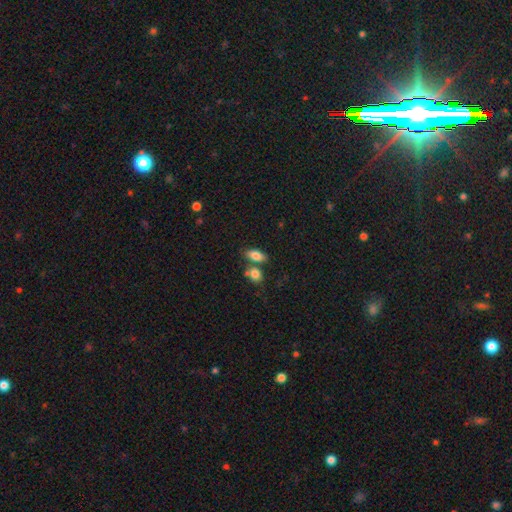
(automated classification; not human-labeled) Smooth or featured?
  - smooth: 80% *
  - featured or disk: 12%
  - star or artifact: 8%
How rounded?
  - in between: 83% *
  - cigar-shaped: 10%
  - round: 6%
Merging?
  - none: 61% *
  - merger: 23%
  - minor disturbance: 12%
  - major disturbance: 4%